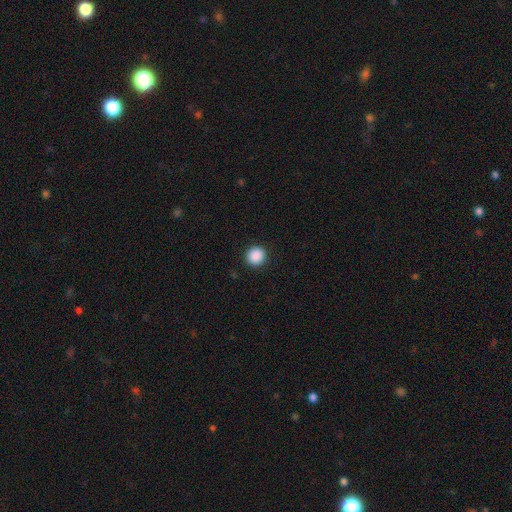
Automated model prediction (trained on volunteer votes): smooth_or_featured: smooth (p=0.89) [alt: star or artifact p=0.09]
how_rounded: round (p=0.93) [alt: in between p=0.06]
merging: none (p=0.92) [alt: minor disturbance p=0.05]